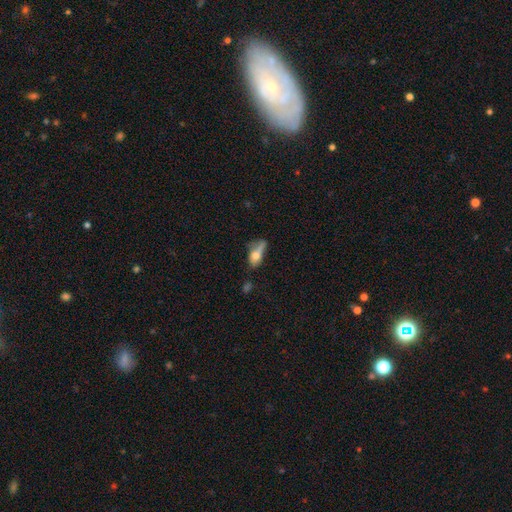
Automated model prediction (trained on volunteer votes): A smooth galaxy with no disk features (63%) that is in between round and cigar-shaped (73%). Merging: major disturbance (32%).